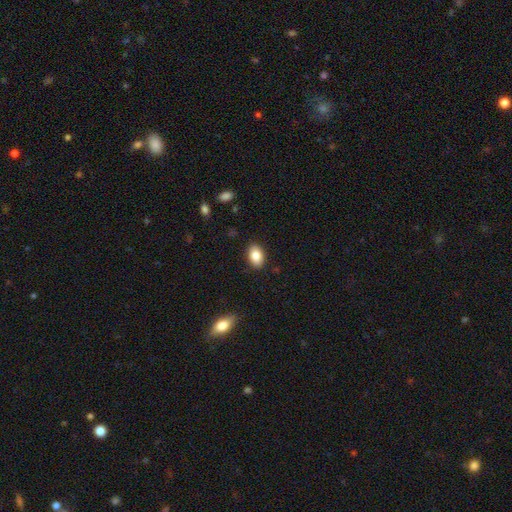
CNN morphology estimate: Smooth or featured? smooth (85%)
How rounded? in between (86%)
Merging? none (88%)